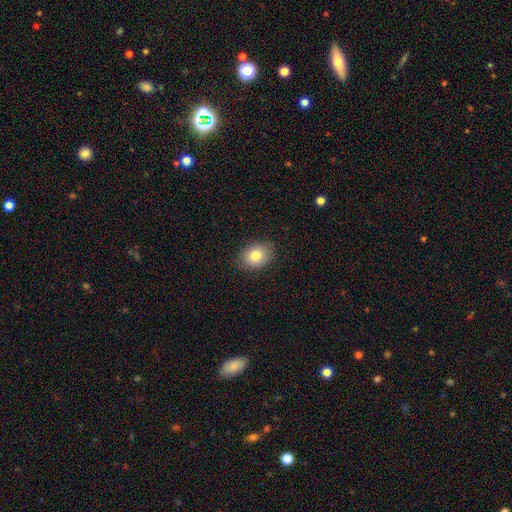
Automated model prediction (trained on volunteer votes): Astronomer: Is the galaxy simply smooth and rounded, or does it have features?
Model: smooth — 82%.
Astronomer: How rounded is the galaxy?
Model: in between — 72%.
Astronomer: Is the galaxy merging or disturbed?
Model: none — 86%.